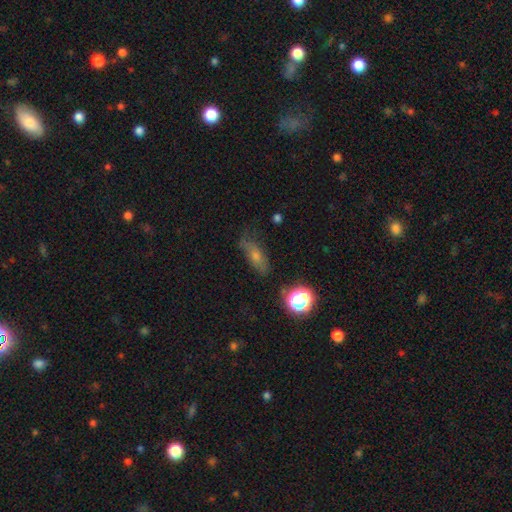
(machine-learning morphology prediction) Smooth or featured: smooth — 48% (featured or disk — 30%)
Merging: none — 64% (minor disturbance — 24%)